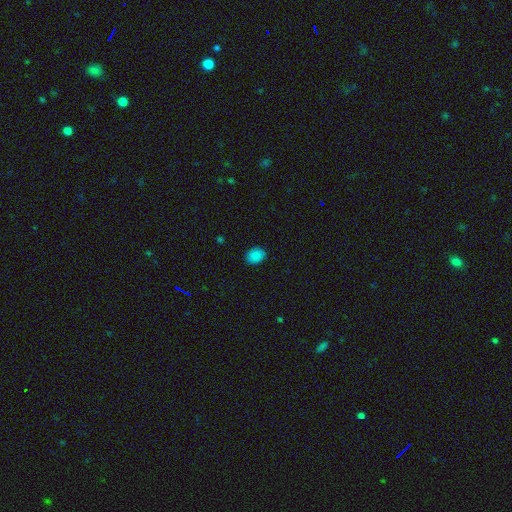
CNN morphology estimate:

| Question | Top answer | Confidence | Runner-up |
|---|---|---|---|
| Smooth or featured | smooth | 86% | star or artifact (11%) |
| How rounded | in between | 62% | round (37%) |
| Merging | none | 87% | minor disturbance (10%) |